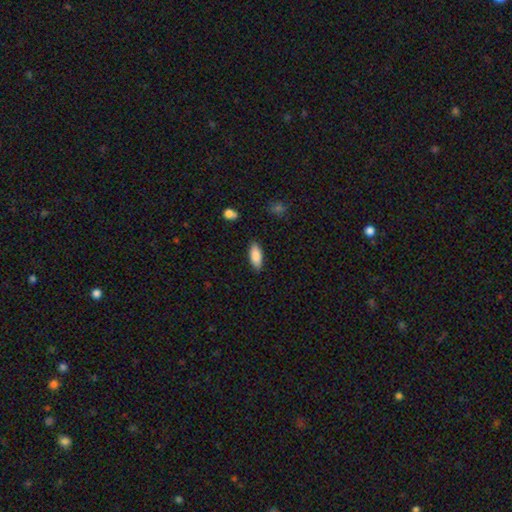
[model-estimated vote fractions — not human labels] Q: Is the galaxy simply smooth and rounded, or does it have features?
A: smooth — 87%.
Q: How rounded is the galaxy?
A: in between — 80%.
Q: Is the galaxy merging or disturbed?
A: none — 87%.